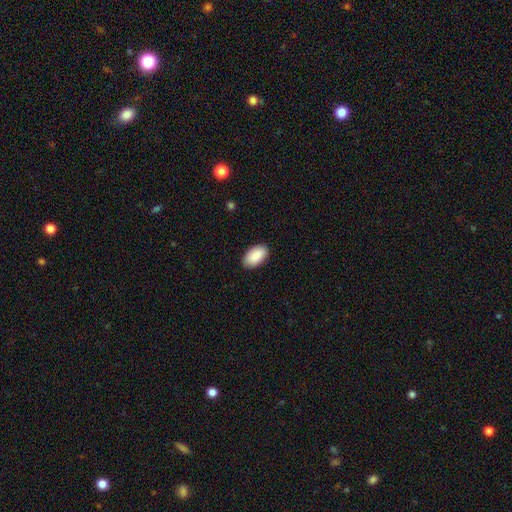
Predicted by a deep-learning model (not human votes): Smooth or featured? Predicted: smooth (p=0.89). How rounded? Predicted: in between (p=0.96). Merging? Predicted: none (p=0.89).